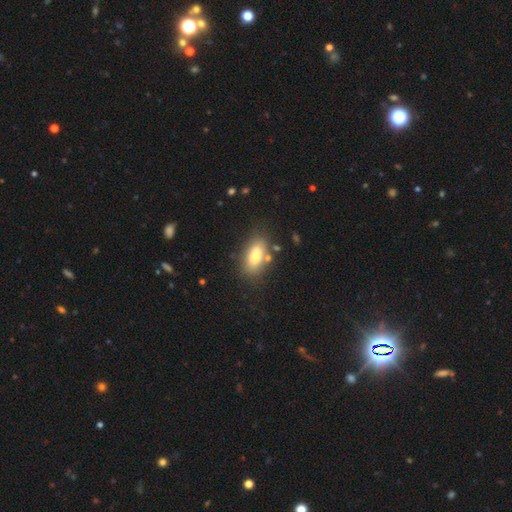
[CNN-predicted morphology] type=smooth (75%); roundness=in between (87%); merging=none (69%).